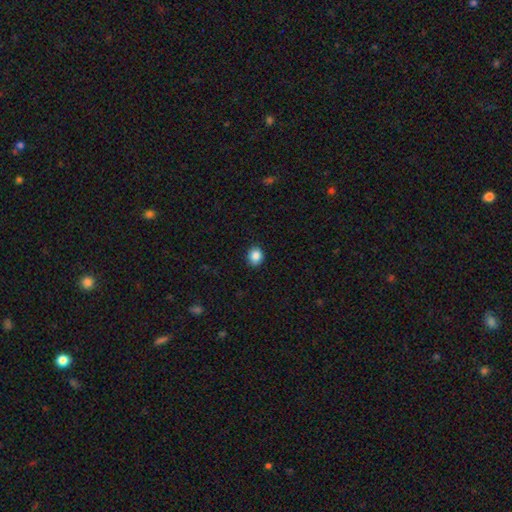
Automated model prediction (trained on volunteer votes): This appears to be a smooth galaxy with no disk features (87%) that is round (75%). Merging: none (91%).